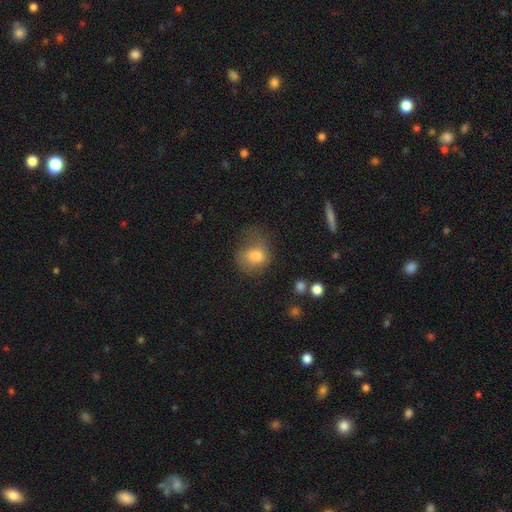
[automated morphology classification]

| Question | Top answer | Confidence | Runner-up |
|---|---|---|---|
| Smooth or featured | smooth | 76% | featured or disk (14%) |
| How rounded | round | 55% | in between (44%) |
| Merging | none | 37% | major disturbance (31%) |